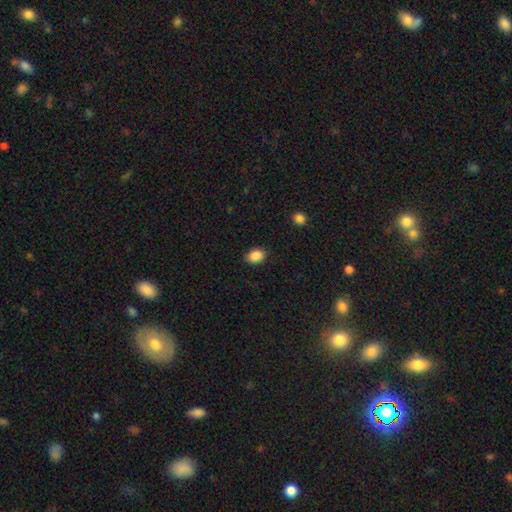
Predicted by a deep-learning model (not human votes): Q: Smooth or featured?
A: smooth (88%); runner-up: star or artifact (9%)
Q: How rounded?
A: in between (67%); runner-up: round (32%)
Q: Merging?
A: none (86%); runner-up: minor disturbance (10%)